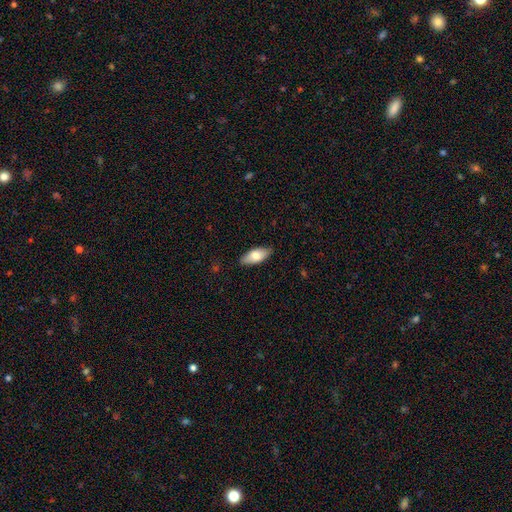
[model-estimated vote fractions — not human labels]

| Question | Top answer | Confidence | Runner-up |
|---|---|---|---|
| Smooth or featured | smooth | 76% | featured or disk (18%) |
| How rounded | in between | 85% | cigar-shaped (12%) |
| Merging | none | 86% | minor disturbance (11%) |